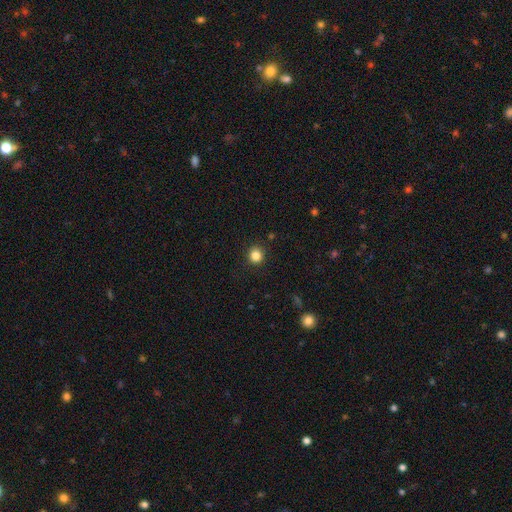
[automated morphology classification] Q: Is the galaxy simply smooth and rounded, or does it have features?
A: smooth — 83%.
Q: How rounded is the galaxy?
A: round — 91%.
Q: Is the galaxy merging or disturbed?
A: none — 91%.